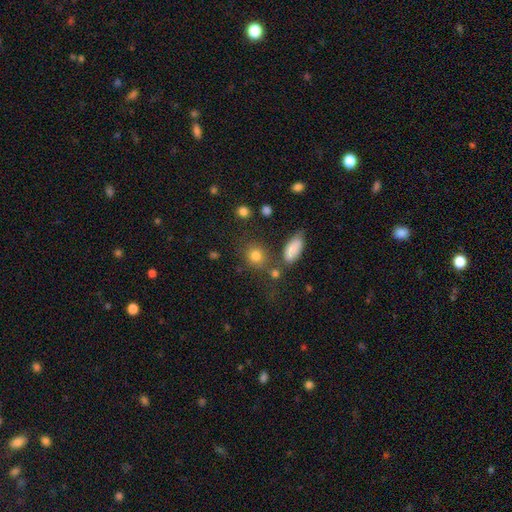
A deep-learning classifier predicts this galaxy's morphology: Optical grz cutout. It shows a smooth galaxy with no disk features (80%) that is round (69%). Merging: none (68%).